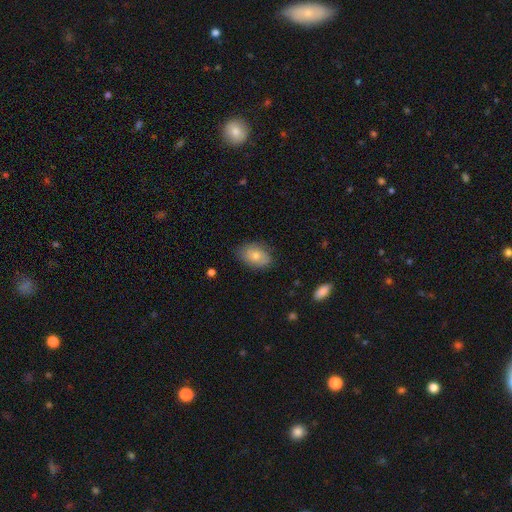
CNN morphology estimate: Smooth or featured: smooth — 74% (featured or disk — 19%)
How rounded: in between — 85% (round — 14%)
Merging: none — 78% (minor disturbance — 17%)